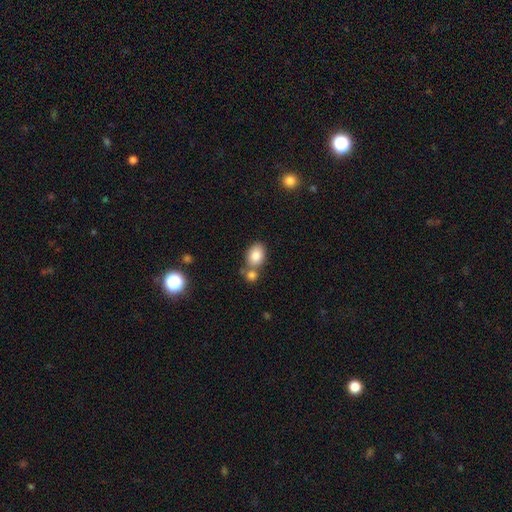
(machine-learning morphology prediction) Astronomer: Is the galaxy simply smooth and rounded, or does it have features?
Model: smooth — 84%.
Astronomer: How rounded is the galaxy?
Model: in between — 70%.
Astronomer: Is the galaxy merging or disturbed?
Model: none — 51% (runner-up: merger, 34%).